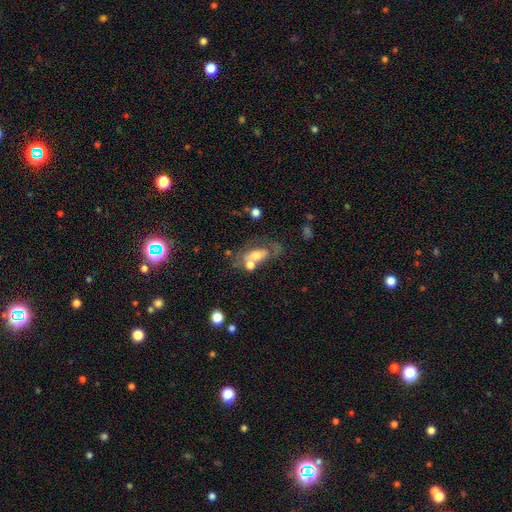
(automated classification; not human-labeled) A smooth galaxy with no disk features (47%).

Vote fractions:
- Smooth or featured? smooth: 47% / featured or disk: 44% / star or artifact: 9%
- Merging? merger: 37% / none: 29% / major disturbance: 18% / minor disturbance: 16%